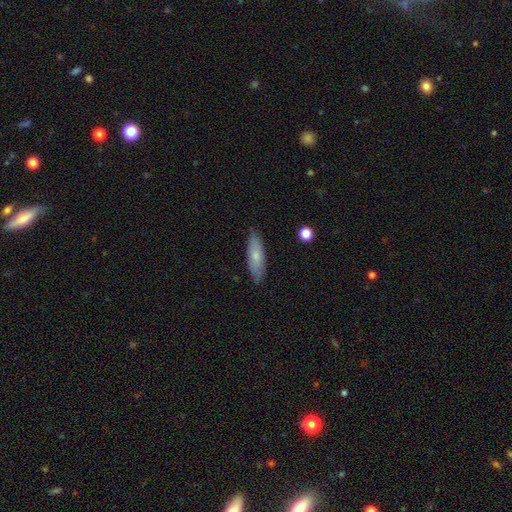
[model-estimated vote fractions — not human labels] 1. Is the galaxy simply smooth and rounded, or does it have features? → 69% smooth, 25% featured or disk, 6% star or artifact.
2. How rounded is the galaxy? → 57% cigar-shaped, 41% in between, 2% round.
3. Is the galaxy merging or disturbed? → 84% none, 12% minor disturbance, 2% major disturbance, 1% merger.